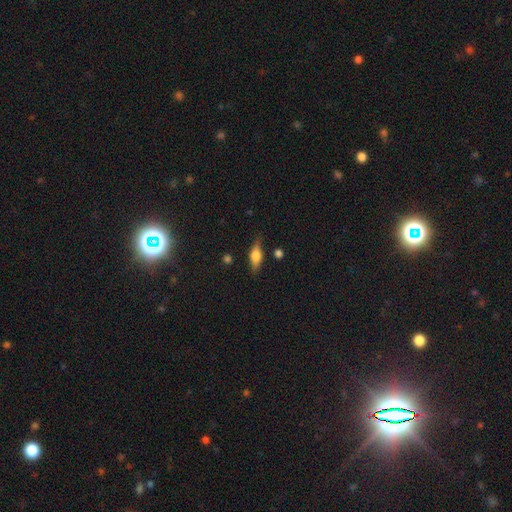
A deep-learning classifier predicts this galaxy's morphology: A smooth galaxy with no disk features (47%).

Vote fractions:
- Smooth or featured? smooth: 47% / featured or disk: 45% / star or artifact: 8%
- Merging? none: 77% / minor disturbance: 16% / major disturbance: 4% / merger: 2%